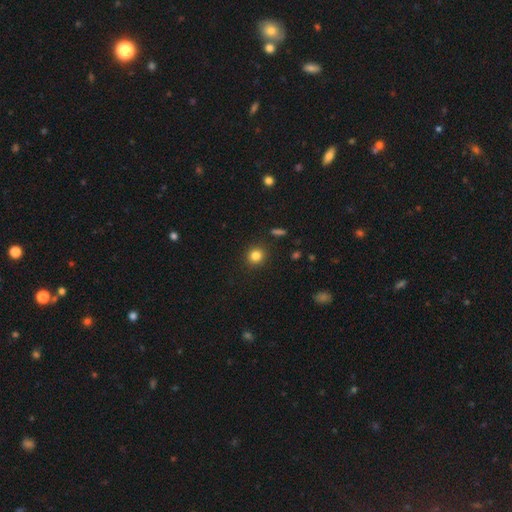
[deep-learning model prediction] A smooth galaxy with no disk features (82%) that is round (89%). Merging: none (91%).